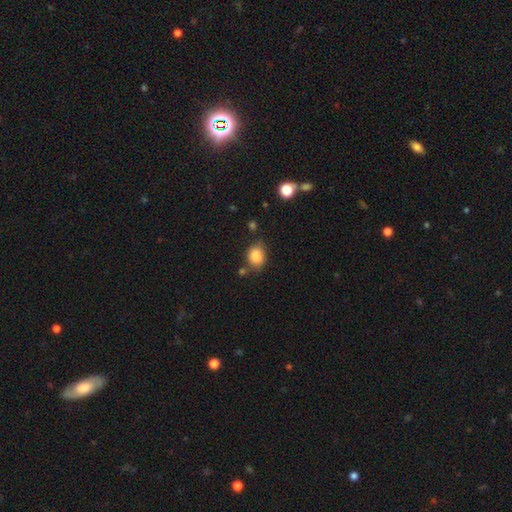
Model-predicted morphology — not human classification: A smooth galaxy with no disk features (86%) that is in between round and cigar-shaped (54%). Merging: none (67%).